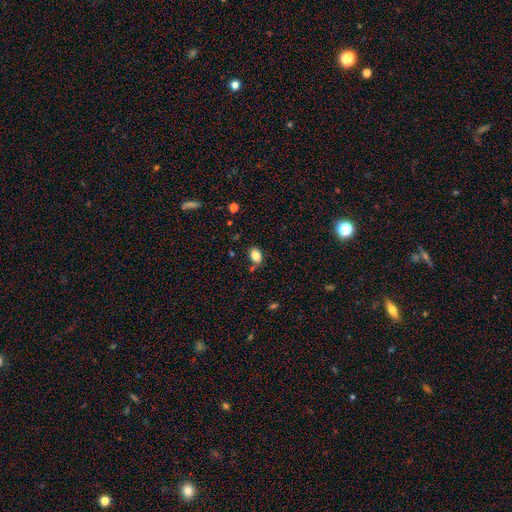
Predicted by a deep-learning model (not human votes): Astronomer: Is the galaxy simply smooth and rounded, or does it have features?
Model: smooth — 83%.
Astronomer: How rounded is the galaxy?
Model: in between — 79%.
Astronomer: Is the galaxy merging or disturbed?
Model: none — 76%.